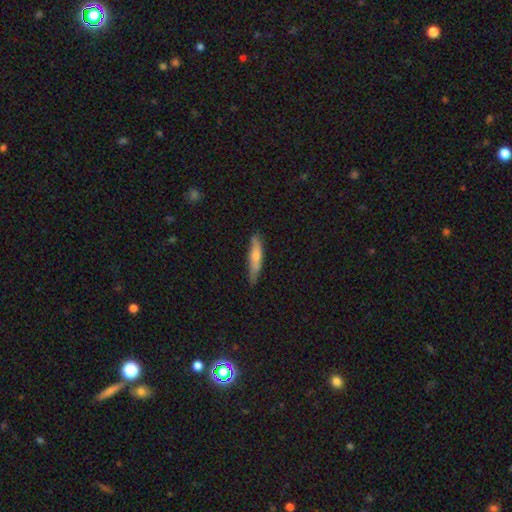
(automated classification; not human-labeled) This is possibly a smooth galaxy (58%). How rounded: clearly cigar-shaped (87%). Merging: likely none (78%).